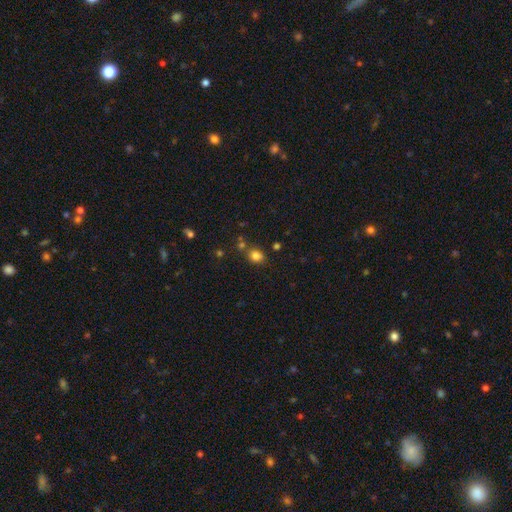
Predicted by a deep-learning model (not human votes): Smooth or featured? Predicted: smooth (p=0.81). How rounded? Predicted: round (p=0.71). Merging? Predicted: none (p=0.75).